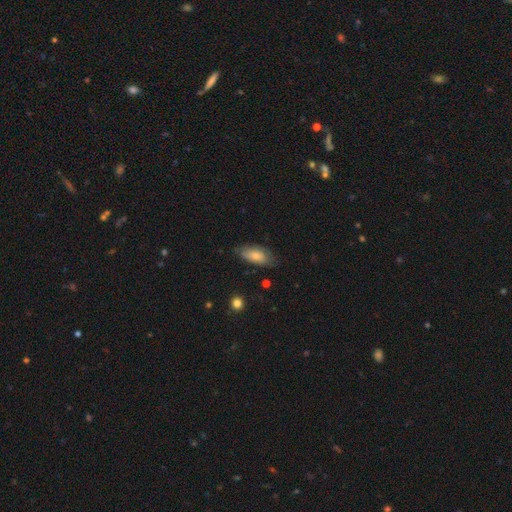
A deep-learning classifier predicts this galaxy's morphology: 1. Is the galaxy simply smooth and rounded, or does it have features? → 74% smooth, 19% featured or disk, 6% star or artifact.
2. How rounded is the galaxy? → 87% in between, 11% cigar-shaped, 2% round.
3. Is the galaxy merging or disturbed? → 71% none, 23% minor disturbance, 4% major disturbance, 1% merger.